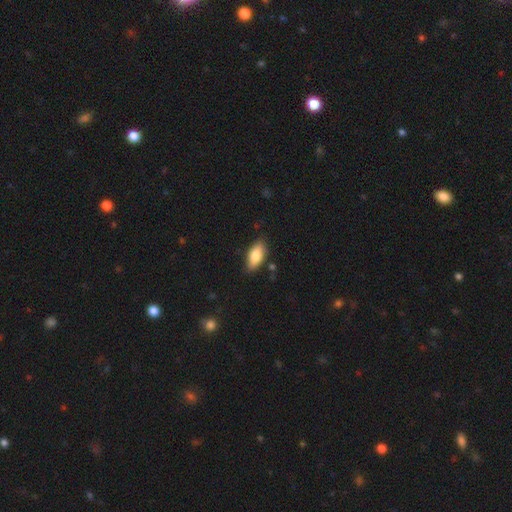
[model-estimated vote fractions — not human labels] Smooth or featured?
  - smooth: 80% *
  - featured or disk: 13%
  - star or artifact: 6%
How rounded?
  - in between: 89% *
  - cigar-shaped: 8%
  - round: 3%
Merging?
  - none: 81% *
  - minor disturbance: 14%
  - major disturbance: 2%
  - merger: 2%